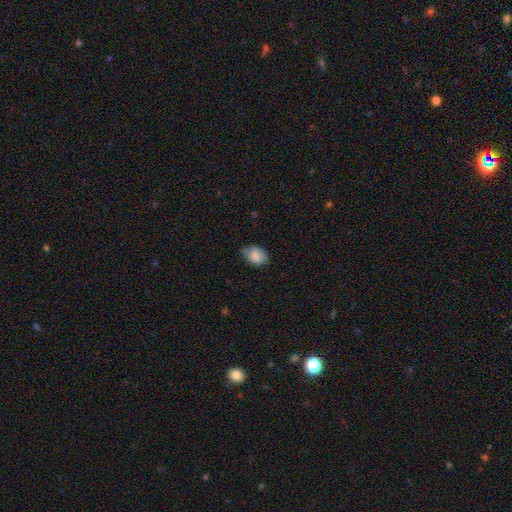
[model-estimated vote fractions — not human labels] smooth_or_featured: smooth (p=0.83) [alt: featured or disk p=0.09]
how_rounded: in between (p=0.78) [alt: round p=0.21]
merging: none (p=0.61) [alt: minor disturbance p=0.32]